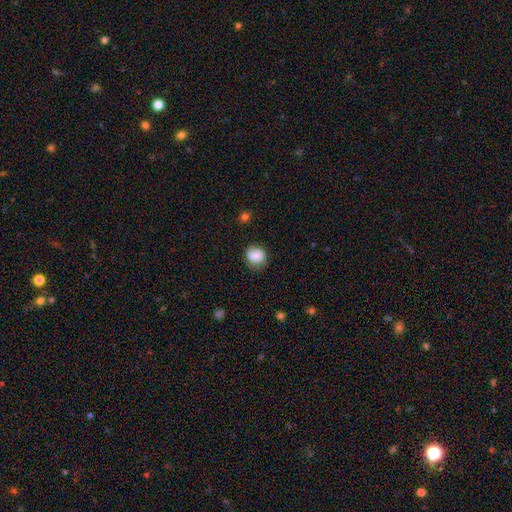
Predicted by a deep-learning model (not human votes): Q: Smooth or featured?
A: smooth (86%); runner-up: star or artifact (8%)
Q: How rounded?
A: round (79%); runner-up: in between (20%)
Q: Merging?
A: none (76%); runner-up: minor disturbance (18%)